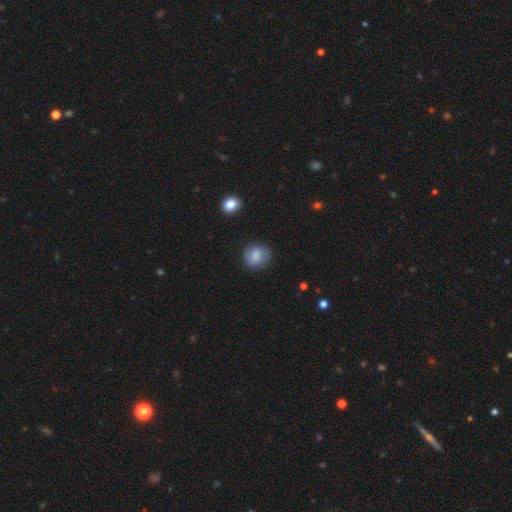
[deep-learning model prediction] Morphology: type=smooth (73%); roundness=round (68%); merging=none (75%).